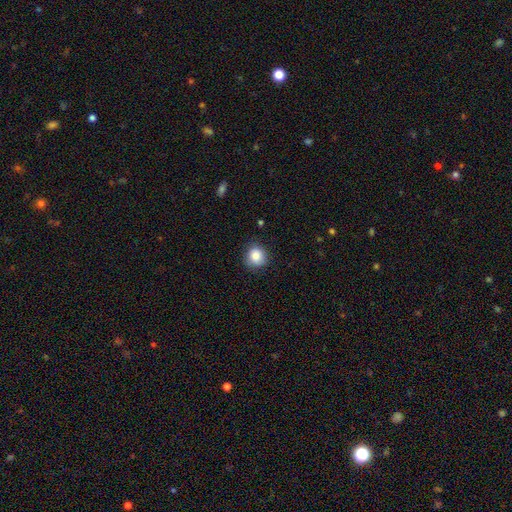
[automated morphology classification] A smooth galaxy with no disk features (84%) that is round (85%). Merging: none (80%).